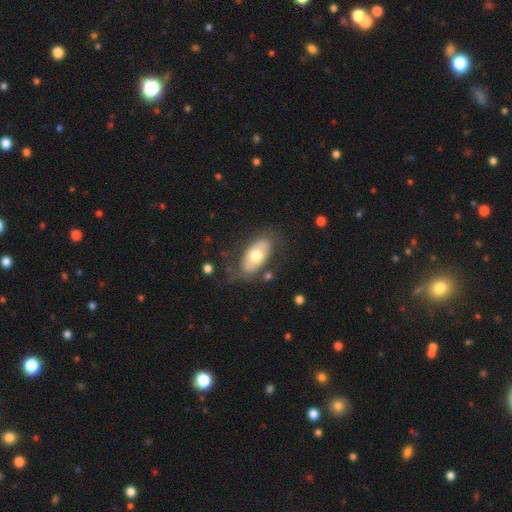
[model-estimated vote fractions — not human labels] Morphology: type=smooth (57%); roundness=in between (91%); merging=none (69%).